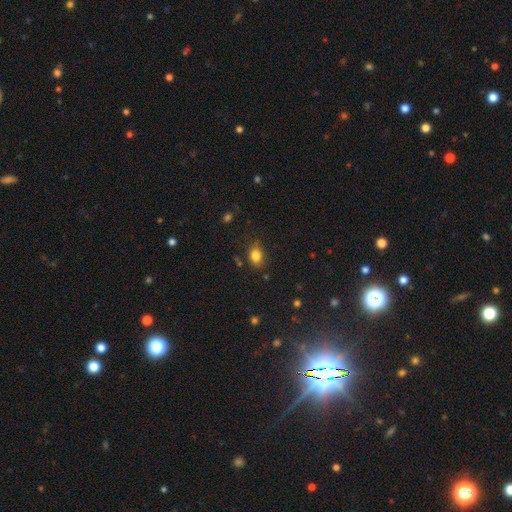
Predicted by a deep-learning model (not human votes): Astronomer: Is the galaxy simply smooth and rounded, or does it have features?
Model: smooth — 82%.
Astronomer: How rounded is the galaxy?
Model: in between — 60% (runner-up: round, 39%).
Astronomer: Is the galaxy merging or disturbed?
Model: none — 76%.